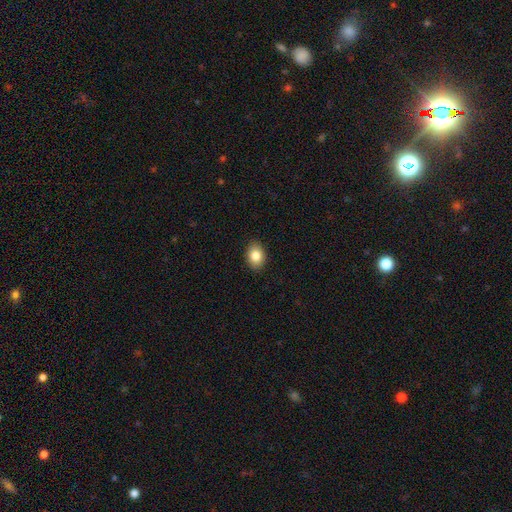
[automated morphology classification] type=smooth (85%); roundness=in between (75%); merging=none (89%).